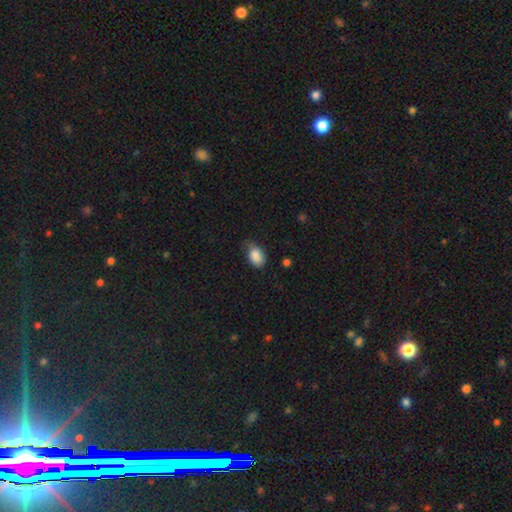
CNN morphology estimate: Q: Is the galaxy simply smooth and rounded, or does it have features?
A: smooth — 86%.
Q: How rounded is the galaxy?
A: in between — 82%.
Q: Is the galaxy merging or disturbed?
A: none — 51%.